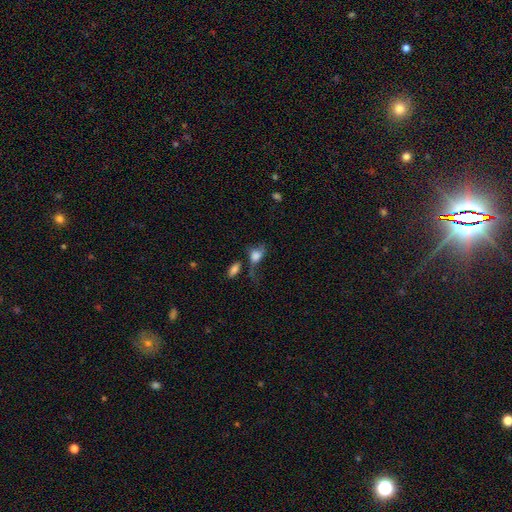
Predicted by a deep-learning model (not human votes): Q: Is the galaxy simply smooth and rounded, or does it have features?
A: smooth — 63%.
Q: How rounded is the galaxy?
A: in between — 71%.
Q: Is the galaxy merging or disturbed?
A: major disturbance — 31%.